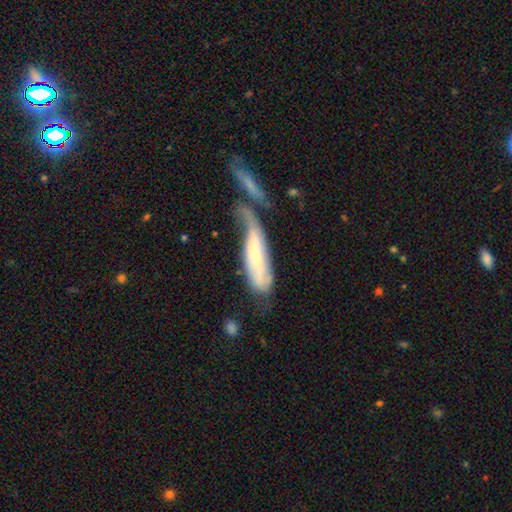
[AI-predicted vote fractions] smooth_or_featured: featured or disk (p=0.48) [alt: smooth p=0.45]
merging: merger (p=0.42) [alt: major disturbance p=0.23]